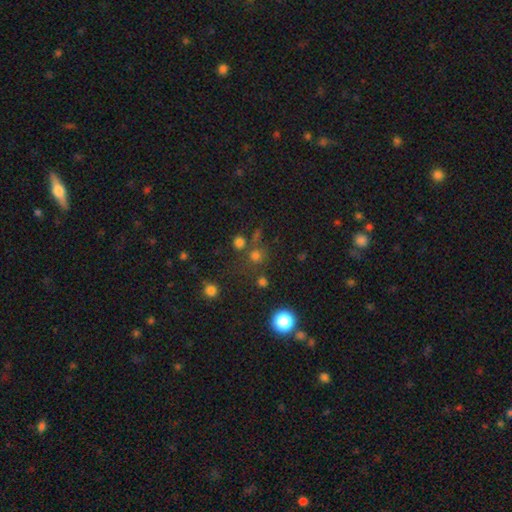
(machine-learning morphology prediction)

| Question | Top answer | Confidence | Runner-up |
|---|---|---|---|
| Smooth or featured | smooth | 68% | star or artifact (25%) |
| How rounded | round | 91% | in between (8%) |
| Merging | none | 70% | merger (15%) |